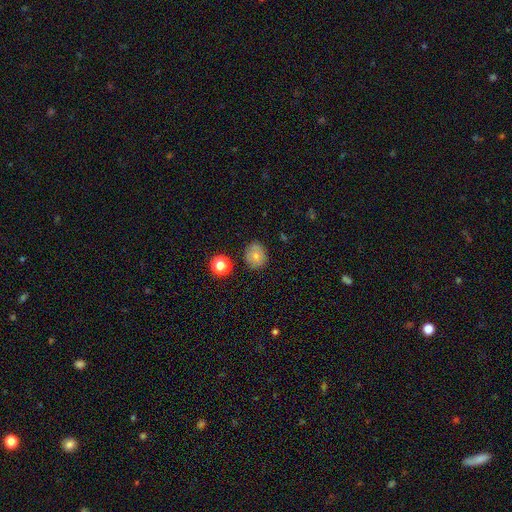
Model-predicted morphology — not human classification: smooth_or_featured: smooth (p=0.69) [alt: featured or disk p=0.19]
how_rounded: round (p=0.76) [alt: in between p=0.23]
merging: none (p=0.80) [alt: minor disturbance p=0.14]